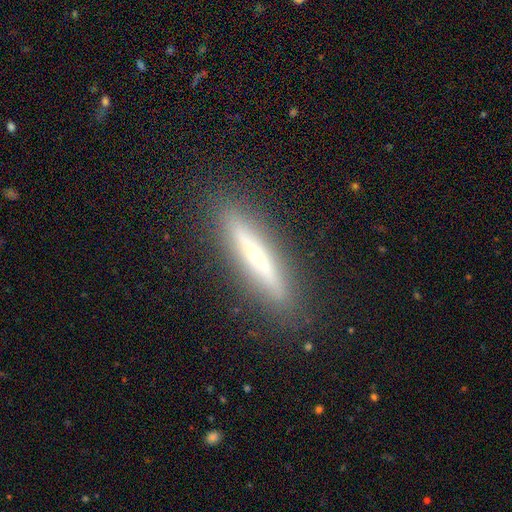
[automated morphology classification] Smooth or featured: featured or disk — 59% (smooth — 33%)
Edge-on disk: yes — 91% (no — 9%)
Edge-on bulge: rounded — 61% (none — 34%)
Merging: none — 89% (minor disturbance — 8%)